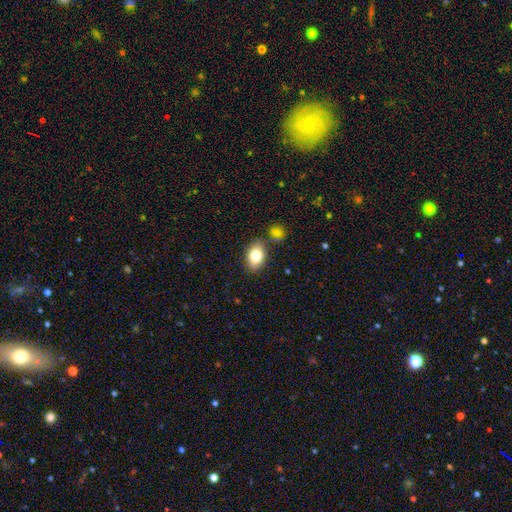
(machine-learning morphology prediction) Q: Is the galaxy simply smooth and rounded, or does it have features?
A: smooth — 81%.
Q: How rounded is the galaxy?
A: in between — 85%.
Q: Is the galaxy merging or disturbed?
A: none — 80%.